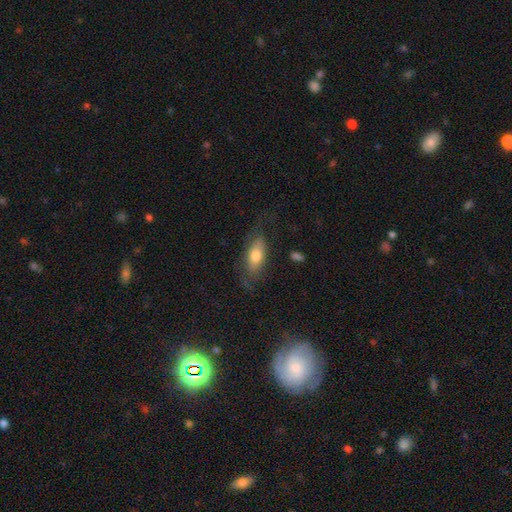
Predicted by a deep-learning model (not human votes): smooth 64%, featured or disk 29%, star or artifact 7%. Down the decision tree: how rounded — in between (81%); merging — none (61%).